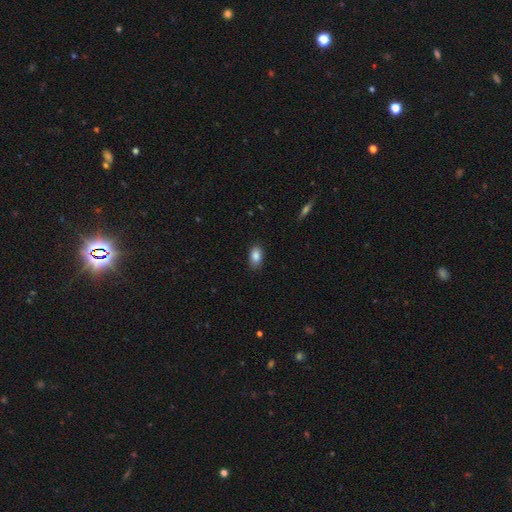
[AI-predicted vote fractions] smooth_or_featured: smooth (p=0.87) [alt: star or artifact p=0.08]
how_rounded: in between (p=0.90) [alt: round p=0.08]
merging: none (p=0.86) [alt: minor disturbance p=0.10]